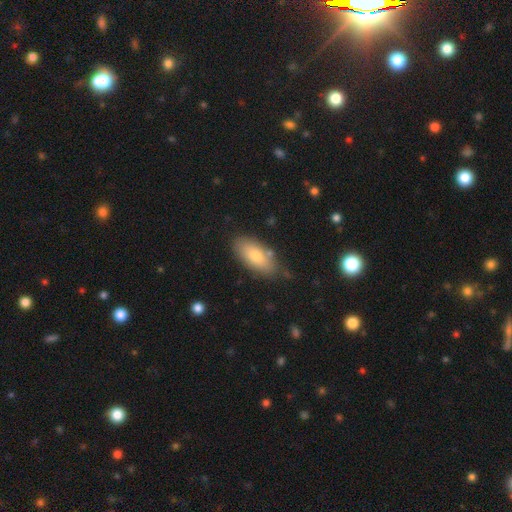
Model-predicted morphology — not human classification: smooth 76%, featured or disk 18%, star or artifact 7%. Down the decision tree: how rounded — in between (89%); merging — none (77%).